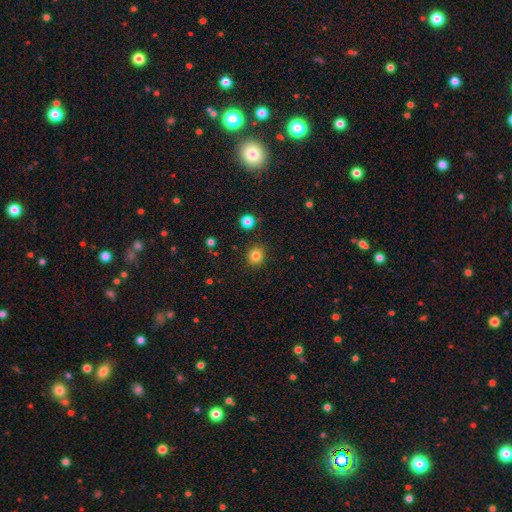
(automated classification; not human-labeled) This appears to be a smooth galaxy with no disk features (82%) that is round (83%). Merging: none (89%).